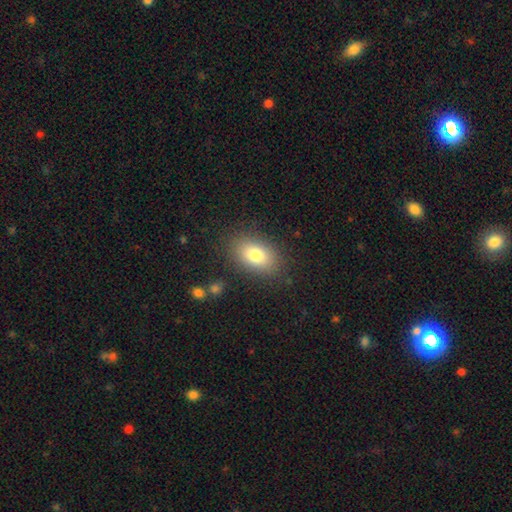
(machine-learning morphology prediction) This appears to be a smooth galaxy with no disk features (79%) that is in between round and cigar-shaped (84%). Merging: none (87%).